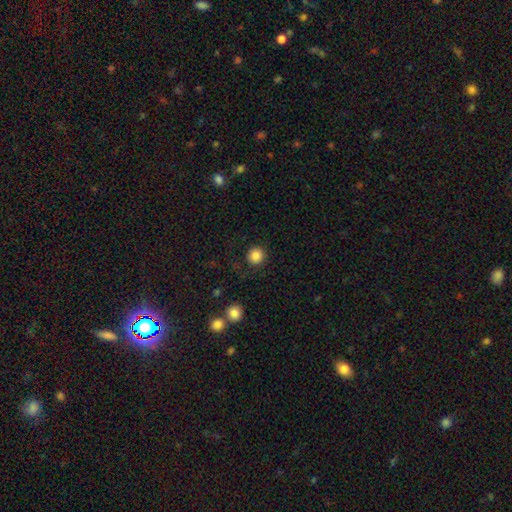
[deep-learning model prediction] Smooth or featured? Predicted: smooth (p=0.86). How rounded? Predicted: round (p=0.94). Merging? Predicted: none (p=0.90).